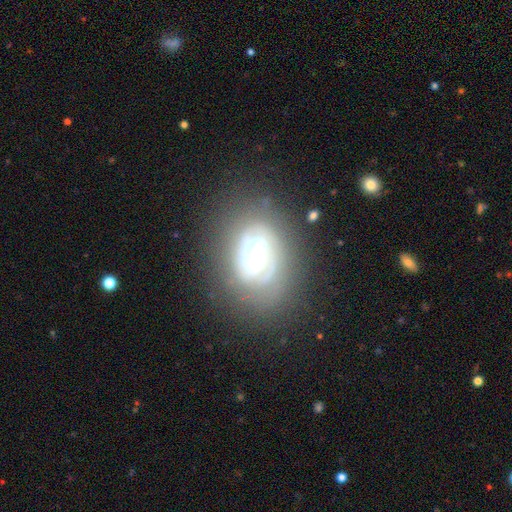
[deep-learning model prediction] A featured or disk galaxy (82%) with a strong bar (41%), 2 (57%) tight (53%) spiral arms (92%) and a large central bulge (39%). Merging: none (67%).